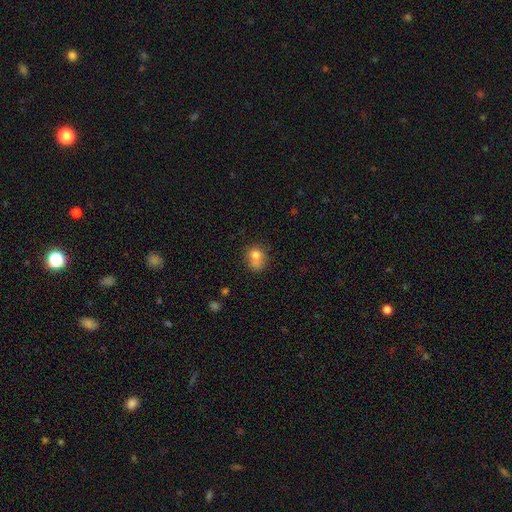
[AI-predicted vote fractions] Q: Smooth or featured?
A: smooth (75%); runner-up: featured or disk (13%)
Q: How rounded?
A: round (68%); runner-up: in between (31%)
Q: Merging?
A: none (45%); runner-up: merger (23%)